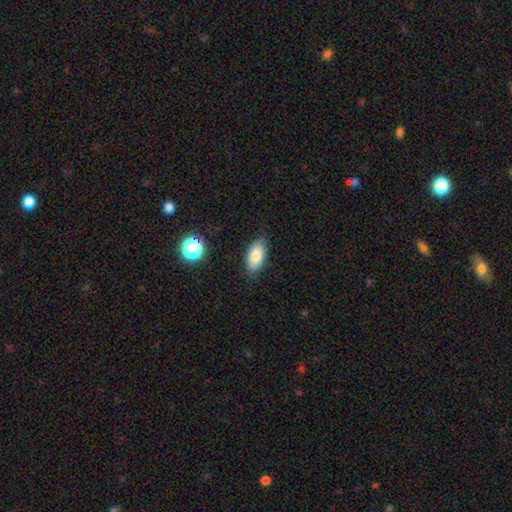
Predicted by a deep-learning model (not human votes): smooth_or_featured: smooth (p=0.82) [alt: featured or disk p=0.10]
how_rounded: in between (p=0.91) [alt: cigar-shaped p=0.05]
merging: none (p=0.82) [alt: minor disturbance p=0.14]